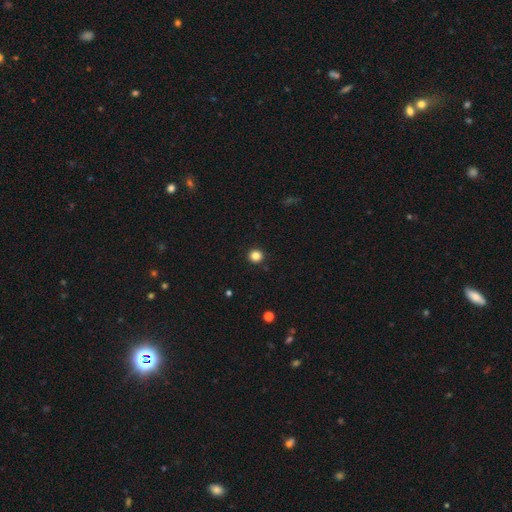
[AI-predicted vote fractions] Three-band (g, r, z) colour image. It shows a smooth galaxy with no disk features (84%) that is round (93%). Merging: none (93%).